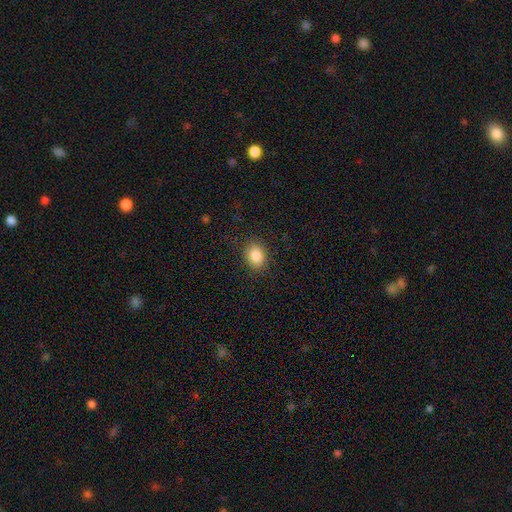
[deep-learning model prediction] This is clearly a smooth galaxy (86%). How rounded: possibly in between (50%). Merging: clearly none (87%).